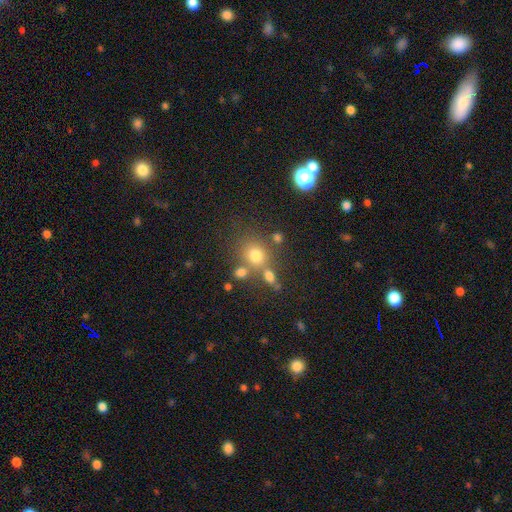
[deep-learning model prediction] Smooth or featured: smooth — 73% (star or artifact — 16%)
How rounded: round — 74% (in between — 24%)
Merging: none — 59% (merger — 24%)